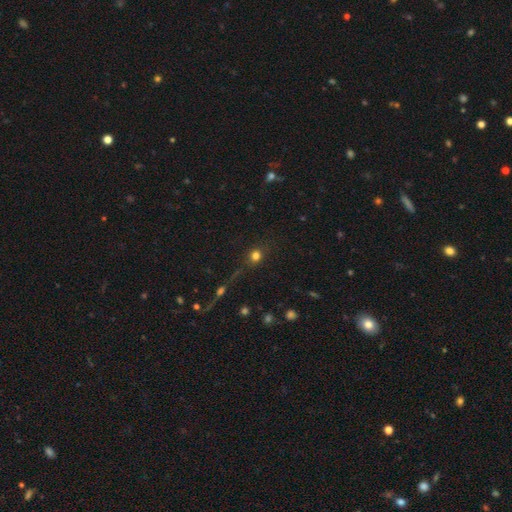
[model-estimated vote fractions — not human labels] Smooth or featured: smooth — 73% (star or artifact — 19%)
How rounded: round — 82% (in between — 16%)
Merging: none — 78% (minor disturbance — 10%)